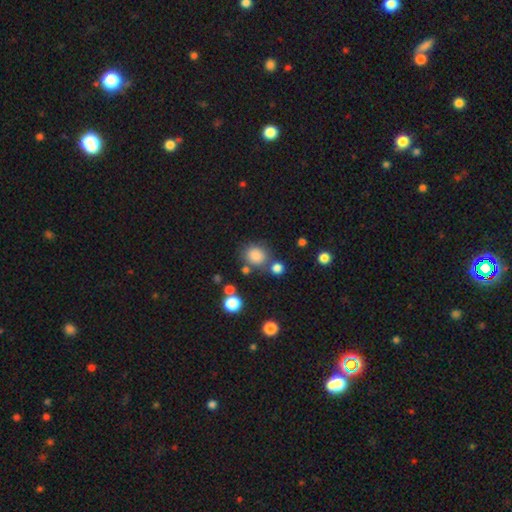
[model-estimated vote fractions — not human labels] This is clearly a smooth galaxy (83%). How rounded: likely round (79%). Merging: likely none (71%).